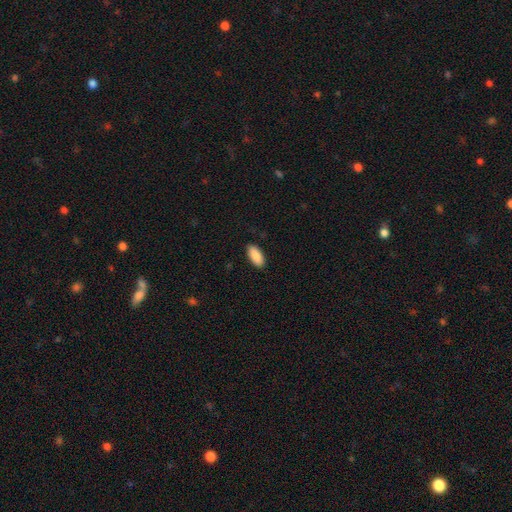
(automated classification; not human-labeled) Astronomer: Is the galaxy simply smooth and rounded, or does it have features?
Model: smooth — 91%.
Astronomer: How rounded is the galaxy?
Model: in between — 89%.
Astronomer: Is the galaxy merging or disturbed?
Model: none — 89%.